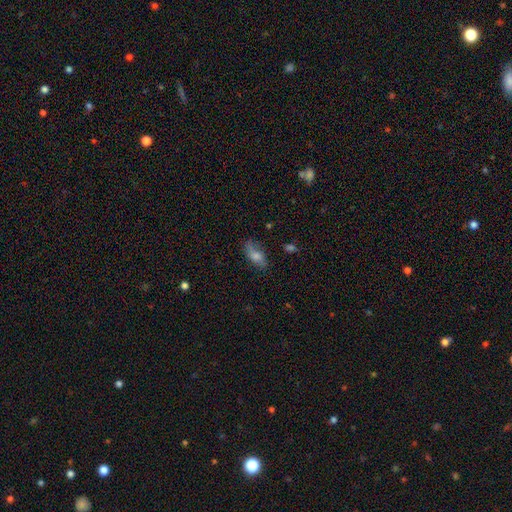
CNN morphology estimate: smooth 58%, featured or disk 30%, star or artifact 12%. Down the decision tree: how rounded — in between (80%); merging — none (66%).